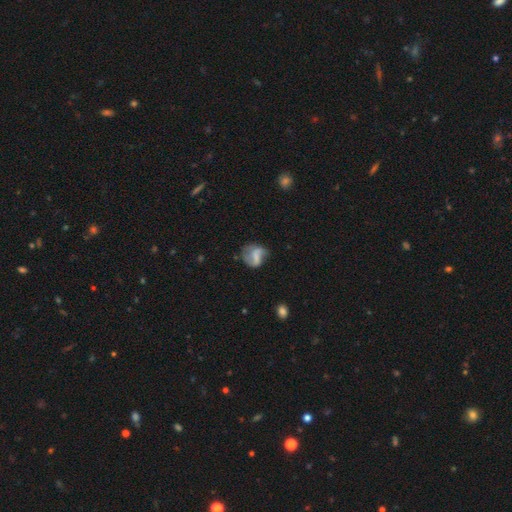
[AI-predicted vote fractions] A featured or disk galaxy (54%) with a weak bar (36%), spiral arms (72%) and no central bulge (58%). Merging: none (47%).